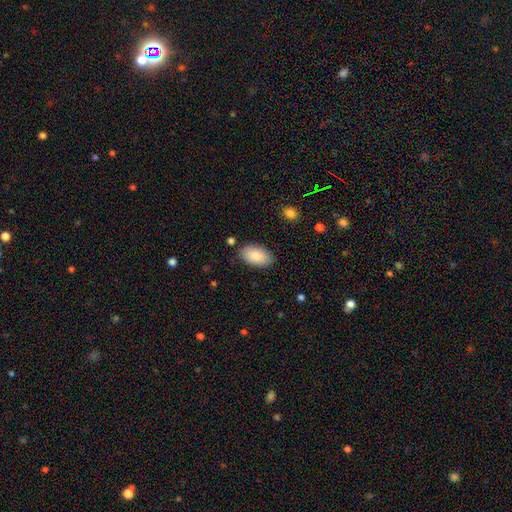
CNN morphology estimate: This appears to be a smooth galaxy with no disk features (87%) that is in between round and cigar-shaped (95%). Merging: none (84%).